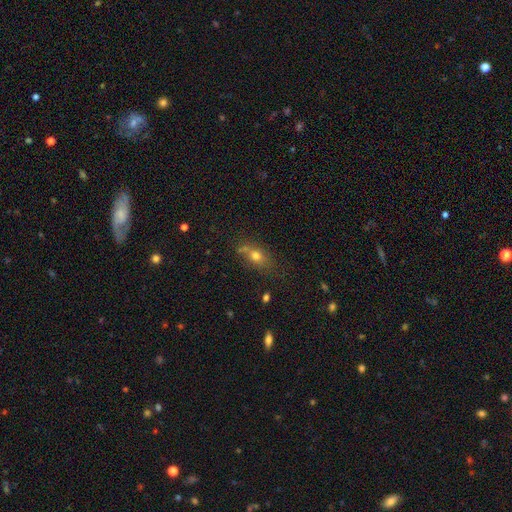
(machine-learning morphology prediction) Smooth or featured? Predicted: smooth (p=0.70). How rounded? Predicted: in between (p=0.64). Merging? Predicted: none (p=0.56).